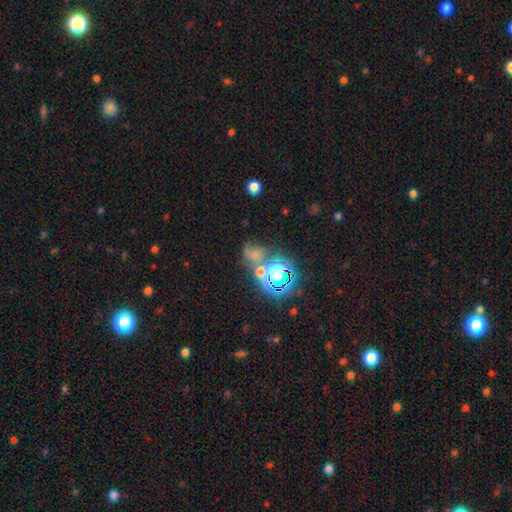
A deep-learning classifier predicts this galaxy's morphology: This appears to be a smooth galaxy with no disk features (42%). Merging: none (37%).